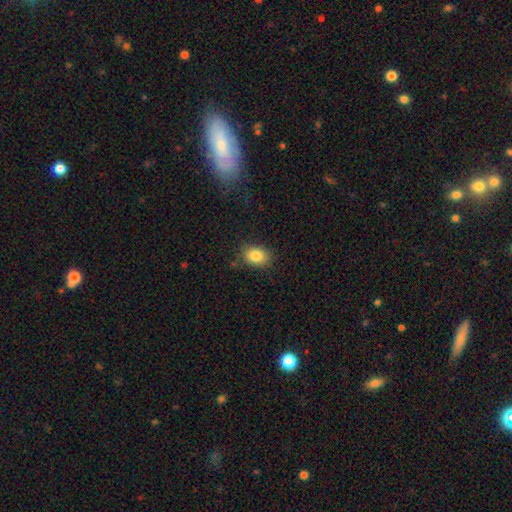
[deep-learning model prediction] smooth_or_featured: smooth (p=0.84) [alt: star or artifact p=0.09]
how_rounded: in between (p=0.69) [alt: round p=0.30]
merging: none (p=0.81) [alt: minor disturbance p=0.13]